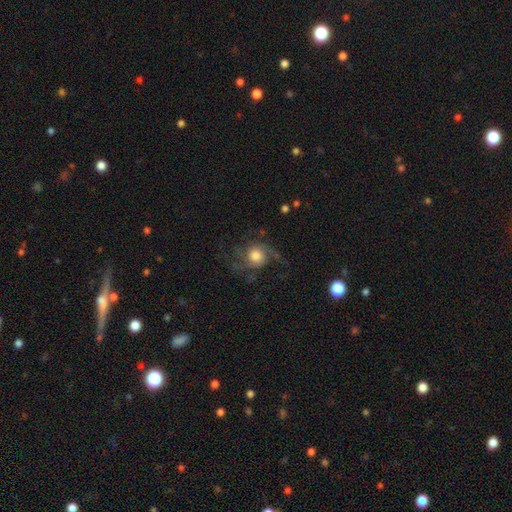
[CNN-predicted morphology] smooth_or_featured: featured or disk (p=0.59) [alt: smooth p=0.32]
disk_edge_on: no (p=0.96) [alt: yes p=0.04]
bar: no (p=0.78) [alt: weak p=0.19]
has_spiral_arms: yes (p=0.89) [alt: no p=0.11]
spiral_winding: loose (p=0.53) [alt: medium p=0.37]
spiral_arm_count: 2 (p=0.61) [alt: 3 p=0.12]
bulge_size: large (p=0.44) [alt: moderate p=0.37]
merging: none (p=0.55) [alt: major disturbance p=0.25]